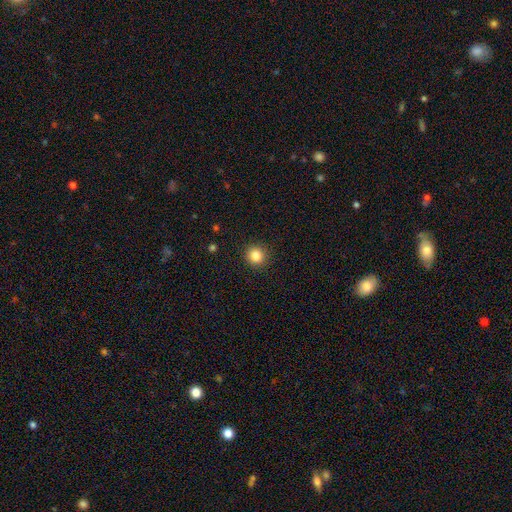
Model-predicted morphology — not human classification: This appears to be a smooth galaxy with no disk features (85%) that is round (94%). Merging: none (92%).